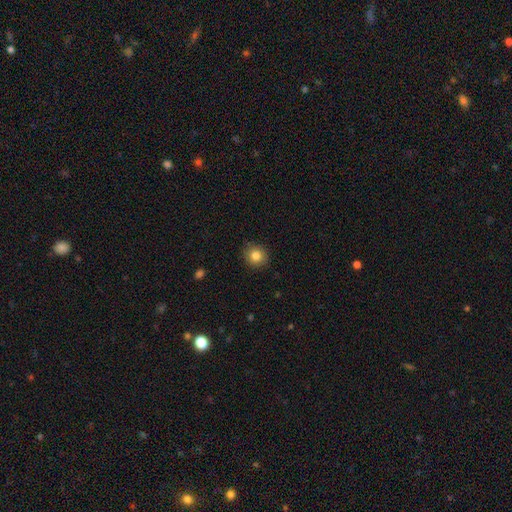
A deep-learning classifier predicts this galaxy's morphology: smooth_or_featured: smooth (p=0.83) [alt: star or artifact p=0.10]
how_rounded: round (p=0.86) [alt: in between p=0.13]
merging: none (p=0.89) [alt: minor disturbance p=0.08]